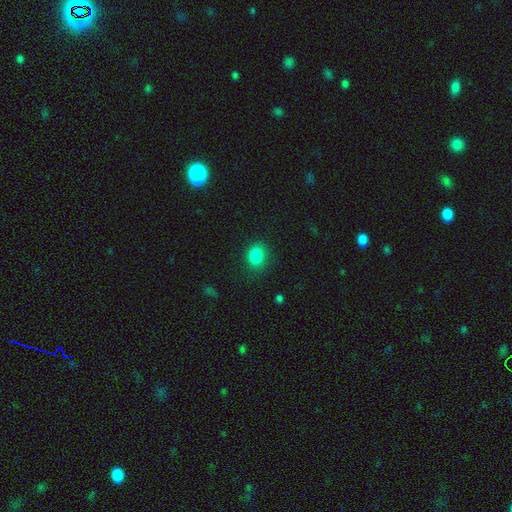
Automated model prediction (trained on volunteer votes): Smooth or featured? Predicted: smooth (p=0.84). How rounded? Predicted: in between (p=0.58). Merging? Predicted: none (p=0.80).